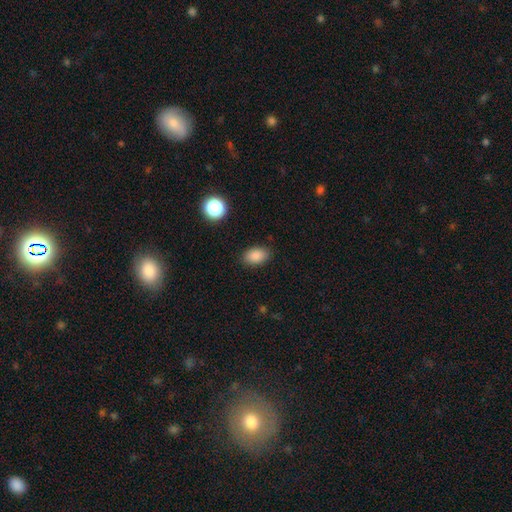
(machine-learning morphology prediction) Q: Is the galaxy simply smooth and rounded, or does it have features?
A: smooth — 86%.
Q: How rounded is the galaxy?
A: in between — 87%.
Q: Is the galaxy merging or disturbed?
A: none — 87%.